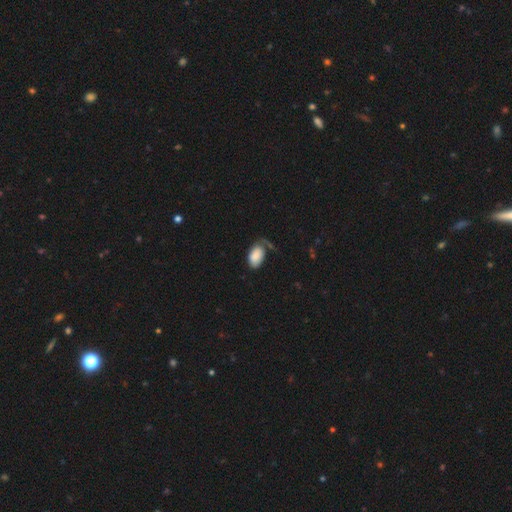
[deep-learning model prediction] smooth-or-featured: smooth: 84% | featured or disk: 9% | star or artifact: 7%
  how-rounded: in between: 93% | round: 6% | cigar-shaped: 1%
  merging: none: 48% | minor disturbance: 26% | major disturbance: 18% | merger: 7%